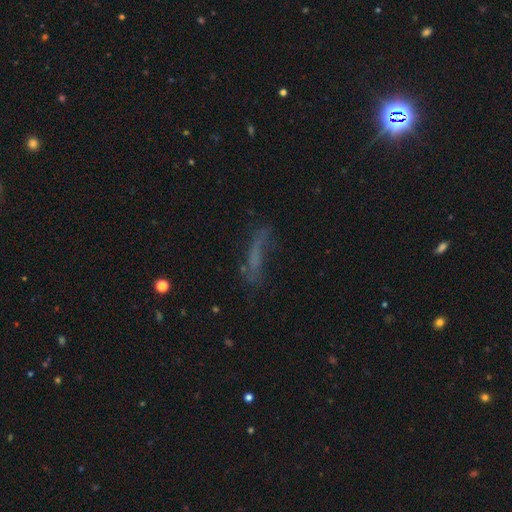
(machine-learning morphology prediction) Overall: smooth (44%; featured or disk 35%). Merging: none (48%; minor disturbance 24%).